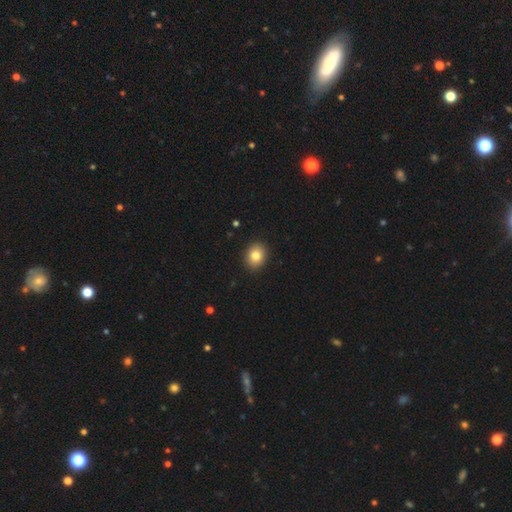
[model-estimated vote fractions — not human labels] Morphology: type=smooth (82%); roundness=round (57%); merging=none (91%).